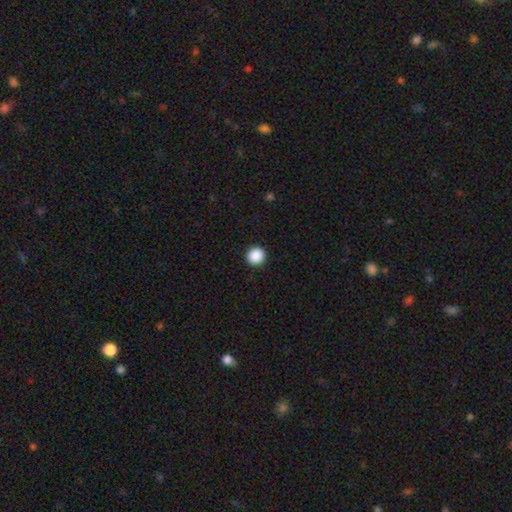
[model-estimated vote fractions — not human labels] Smooth or featured: smooth — 89% (star or artifact — 9%)
How rounded: round — 95% (in between — 4%)
Merging: none — 93% (minor disturbance — 4%)